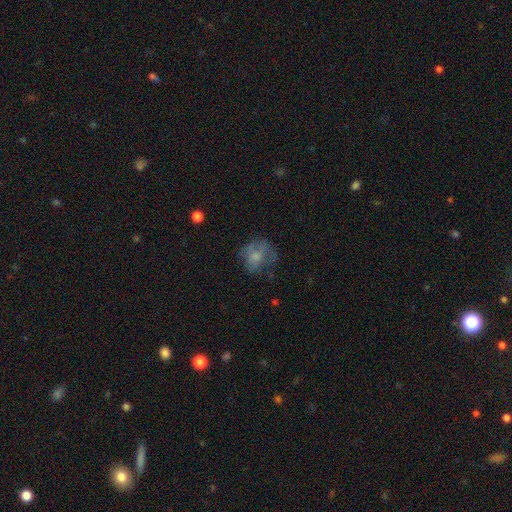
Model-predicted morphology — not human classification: type=smooth (58%); roundness=round (64%); merging=none (47%).